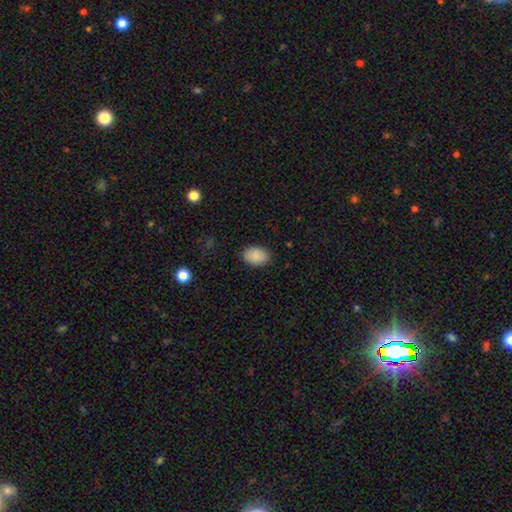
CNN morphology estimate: smooth_or_featured: smooth (p=0.89) [alt: star or artifact p=0.07]
how_rounded: in between (p=0.85) [alt: round p=0.14]
merging: none (p=0.87) [alt: minor disturbance p=0.10]